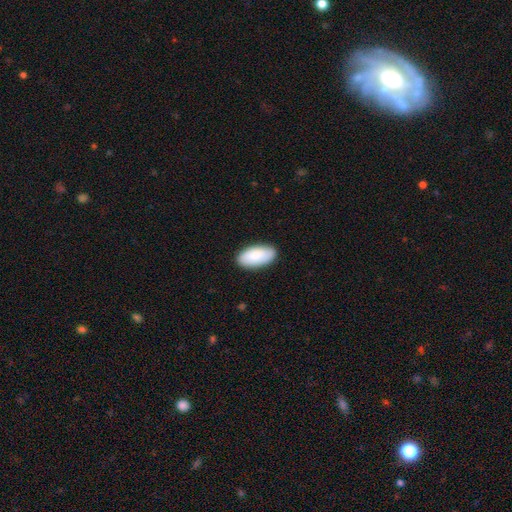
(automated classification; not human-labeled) smooth 86%, featured or disk 8%, star or artifact 5%. Down the decision tree: how rounded — in between (95%); merging — none (87%).